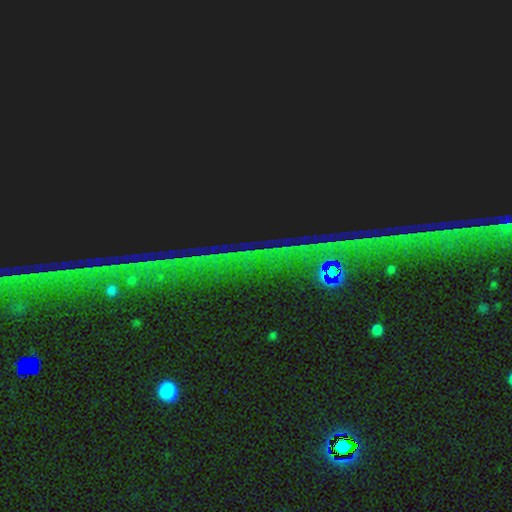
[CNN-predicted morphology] Smooth or featured? Predicted: star or artifact (p=0.81).